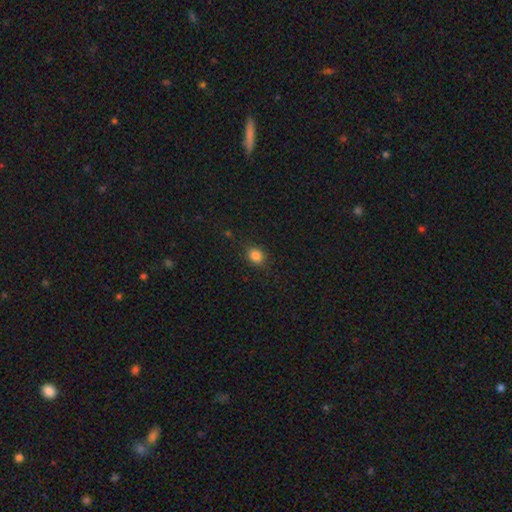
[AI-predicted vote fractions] The model was most divided on "how rounded": round: 55%, in between: 44%, cigar-shaped: 1%. More confident: smooth or featured — smooth (85%); merging — none (85%).